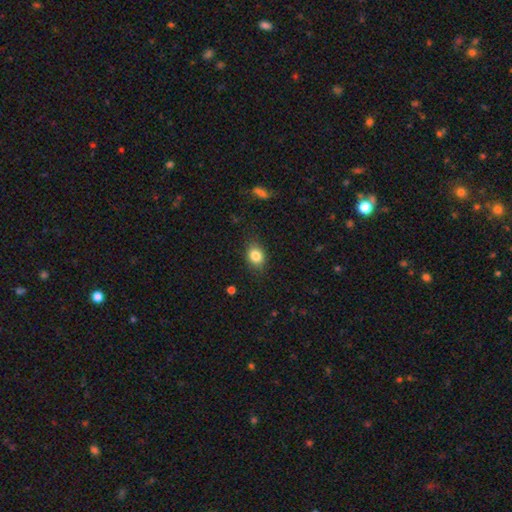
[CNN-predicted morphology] Overall: smooth (83%). How rounded: in between (63%; round 36%). Merging: none (82%).